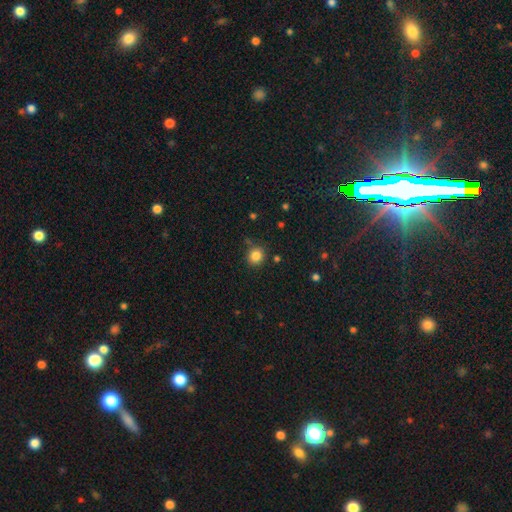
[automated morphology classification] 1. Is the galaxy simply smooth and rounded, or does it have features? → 84% smooth, 12% star or artifact, 5% featured or disk.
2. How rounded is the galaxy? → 87% round, 12% in between, 1% cigar-shaped.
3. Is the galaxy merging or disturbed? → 82% none, 11% minor disturbance, 4% merger, 3% major disturbance.